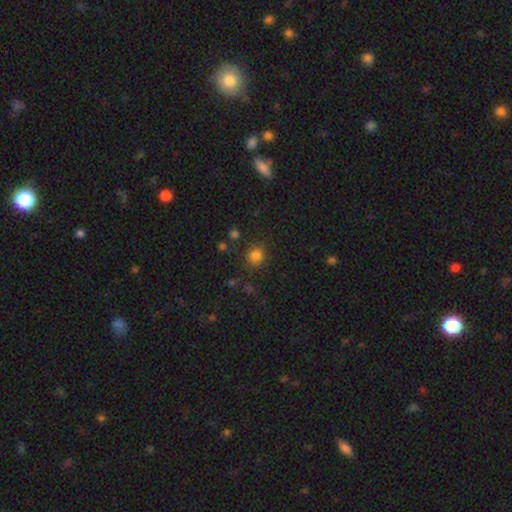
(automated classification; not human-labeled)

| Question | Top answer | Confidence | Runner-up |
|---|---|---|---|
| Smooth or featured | smooth | 81% | star or artifact (15%) |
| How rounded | round | 87% | in between (12%) |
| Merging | none | 83% | minor disturbance (10%) |